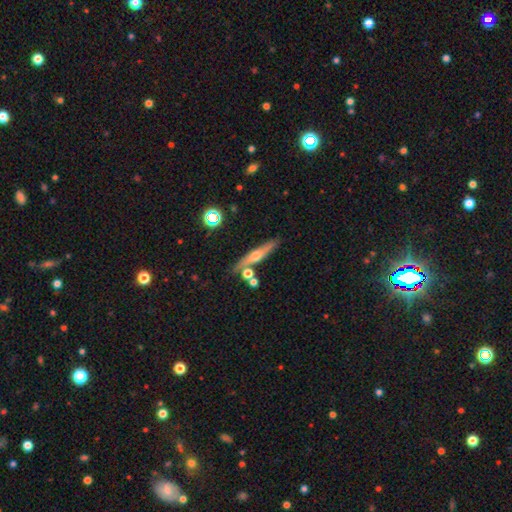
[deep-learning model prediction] Smooth or featured? featured or disk (59%)
Edge-on disk? yes (92%)
Edge-on bulge? rounded (90%)
Merging? none (78%)